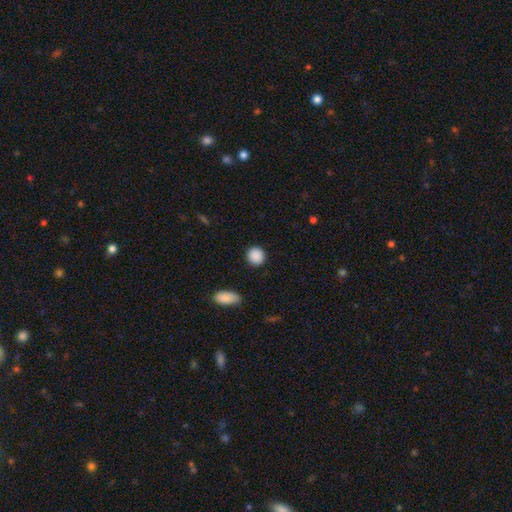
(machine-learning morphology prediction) Smooth or featured? Predicted: smooth (p=0.89). How rounded? Predicted: round (p=0.88). Merging? Predicted: none (p=0.90).